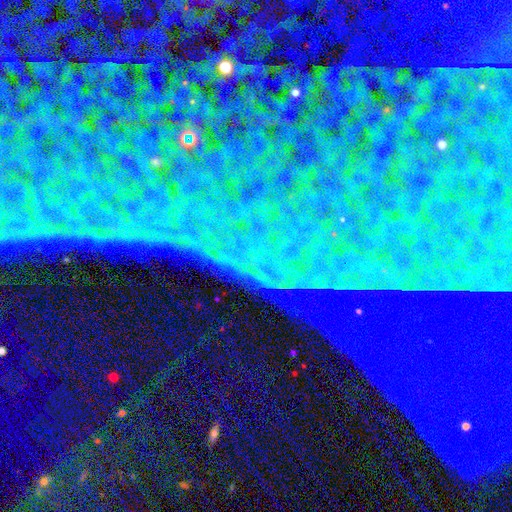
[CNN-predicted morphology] Smooth or featured? Predicted: star or artifact (p=0.86).